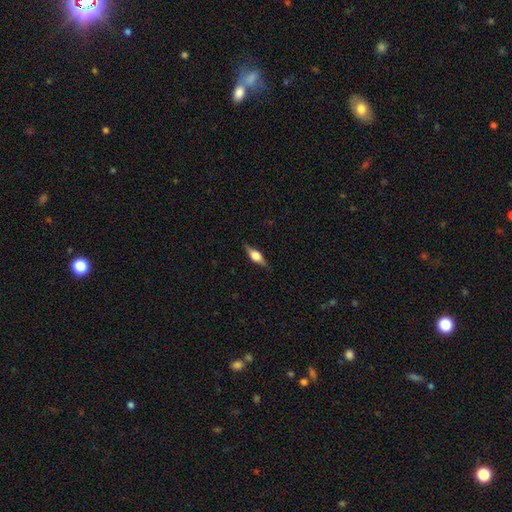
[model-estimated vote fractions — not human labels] Smooth or featured: featured or disk — 53% (smooth — 40%)
Edge-on disk: yes — 94% (no — 6%)
Merging: none — 85% (minor disturbance — 11%)